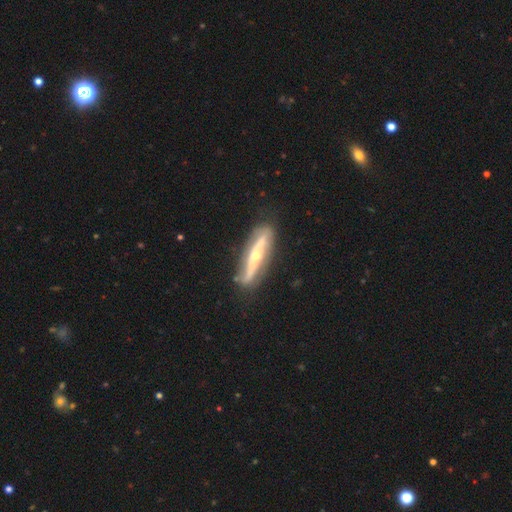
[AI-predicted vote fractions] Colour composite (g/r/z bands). It shows a featured or disk galaxy (77%) viewed edge-on (57%). Merging: none (78%).